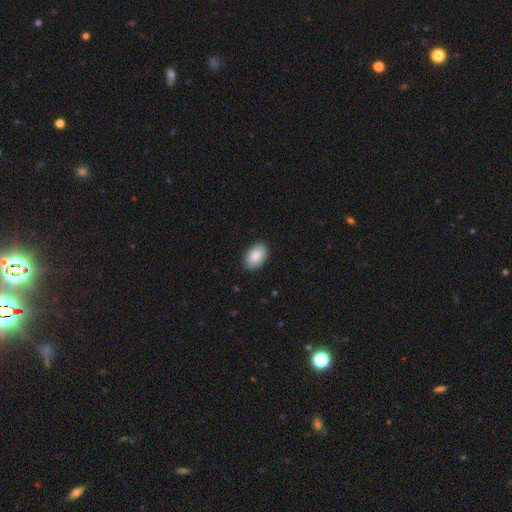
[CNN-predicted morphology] type=smooth (89%); roundness=in between (91%); merging=none (88%).